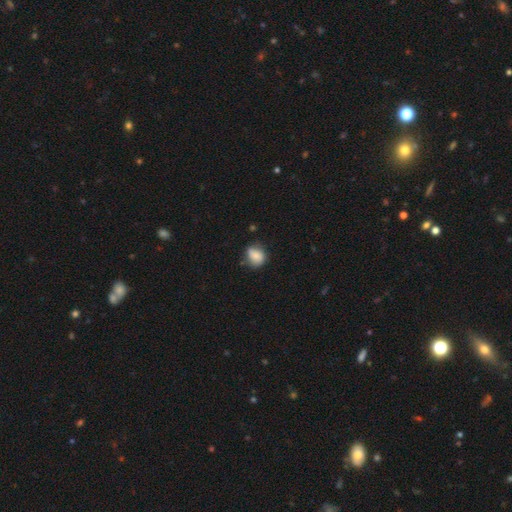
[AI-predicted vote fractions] This appears to be a smooth galaxy with no disk features (82%) that is round (54%). Merging: none (61%).